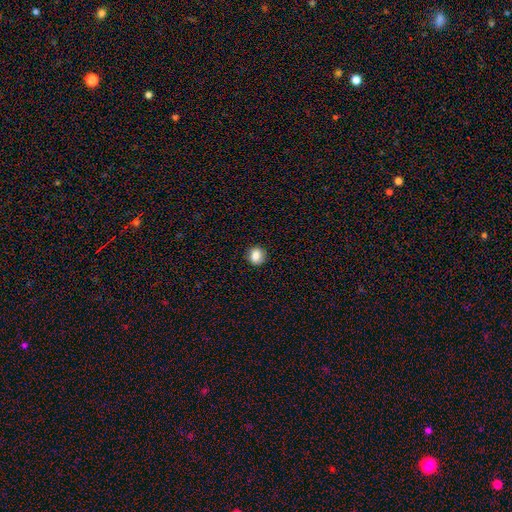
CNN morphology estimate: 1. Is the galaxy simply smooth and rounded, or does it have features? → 84% smooth, 10% star or artifact, 7% featured or disk.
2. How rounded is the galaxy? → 76% round, 23% in between, 1% cigar-shaped.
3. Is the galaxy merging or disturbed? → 89% none, 8% minor disturbance, 2% major disturbance, 1% merger.